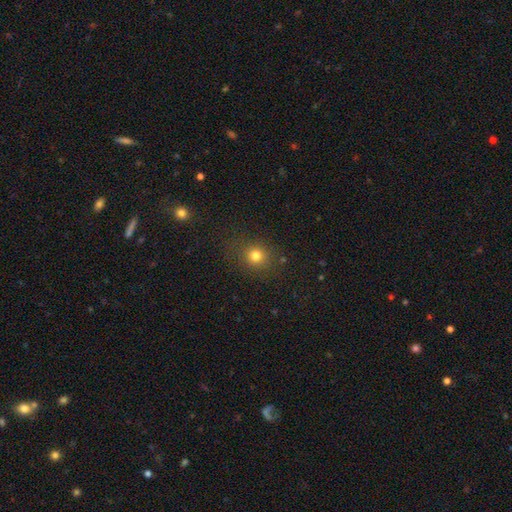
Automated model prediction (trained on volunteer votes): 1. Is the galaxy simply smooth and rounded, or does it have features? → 78% smooth, 16% star or artifact, 7% featured or disk.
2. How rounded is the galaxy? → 83% round, 16% in between, 1% cigar-shaped.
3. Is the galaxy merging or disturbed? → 83% none, 10% minor disturbance, 5% major disturbance, 2% merger.